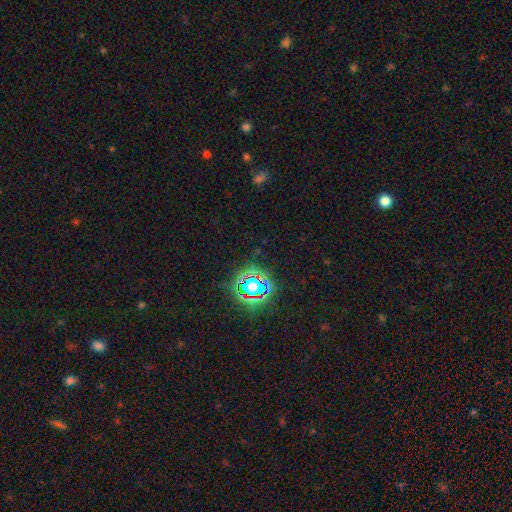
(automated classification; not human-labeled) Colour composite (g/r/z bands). It shows a star or artifact, not a galaxy (78%).